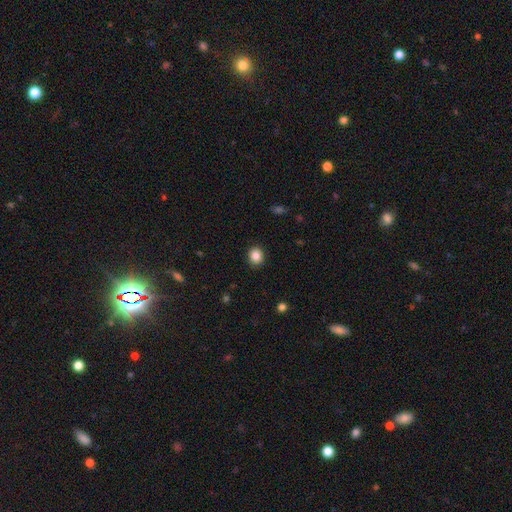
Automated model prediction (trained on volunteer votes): A smooth galaxy with no disk features (85%) that is round (70%).

Vote fractions:
- Smooth or featured? smooth: 85% / star or artifact: 10% / featured or disk: 5%
- How rounded? round: 70% / in between: 29% / cigar-shaped: 1%
- Merging? none: 91% / minor disturbance: 6% / major disturbance: 2% / merger: 1%